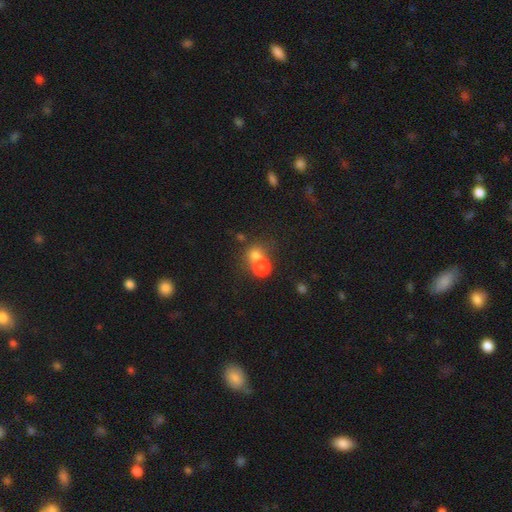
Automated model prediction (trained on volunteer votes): smooth 72%, star or artifact 14%, featured or disk 13%. Down the decision tree: how rounded — round (82%); merging — merger (55%).